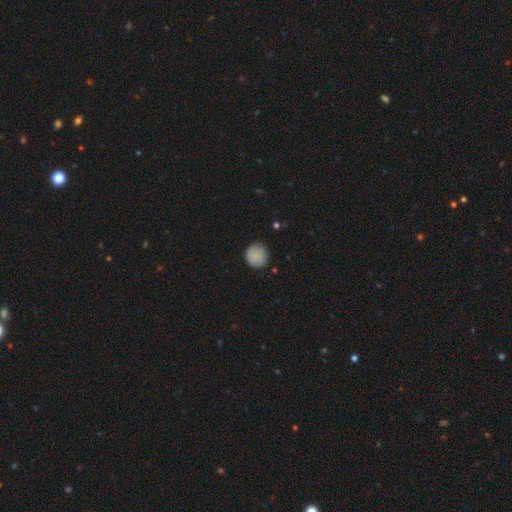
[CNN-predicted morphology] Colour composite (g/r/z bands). It shows a smooth galaxy with no disk features (86%) that is round (92%). Merging: none (85%).